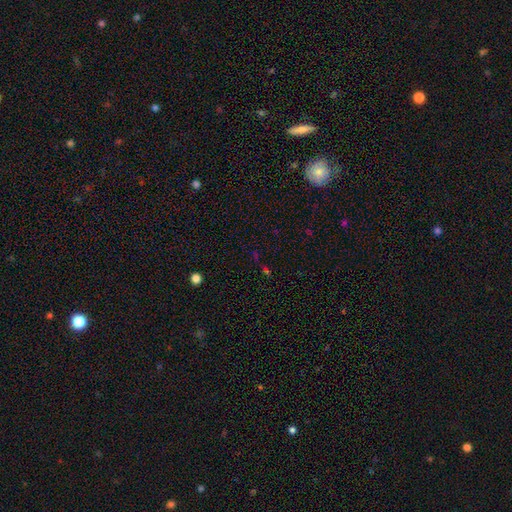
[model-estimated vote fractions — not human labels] smooth-or-featured: star or artifact: 60% | smooth: 30% | featured or disk: 10%